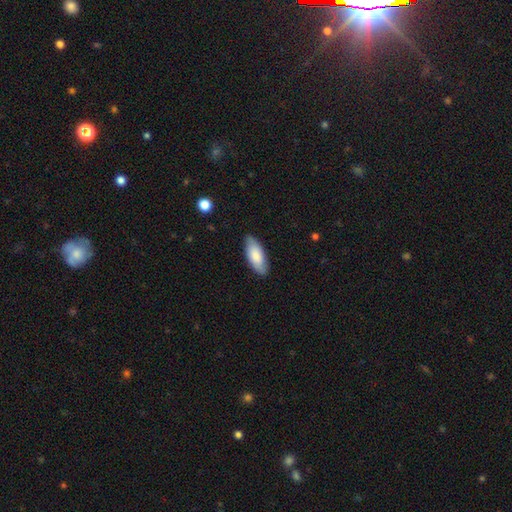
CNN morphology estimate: Smooth or featured?
  - smooth: 78% *
  - featured or disk: 16%
  - star or artifact: 5%
How rounded?
  - in between: 83% *
  - cigar-shaped: 15%
  - round: 2%
Merging?
  - none: 85% *
  - minor disturbance: 12%
  - major disturbance: 2%
  - merger: 1%